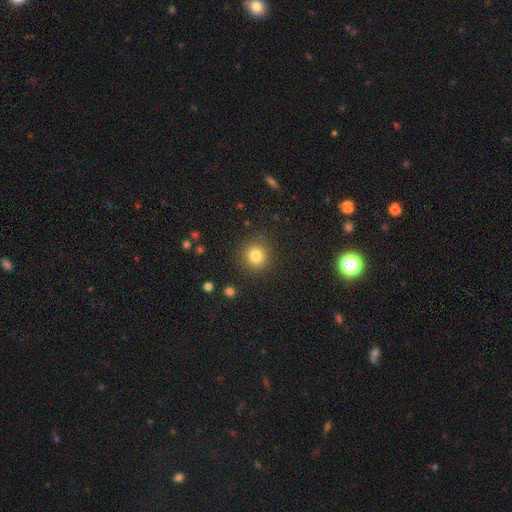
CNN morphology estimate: Smooth or featured: smooth — 81% (star or artifact — 12%)
How rounded: round — 93% (in between — 6%)
Merging: none — 89% (minor disturbance — 7%)